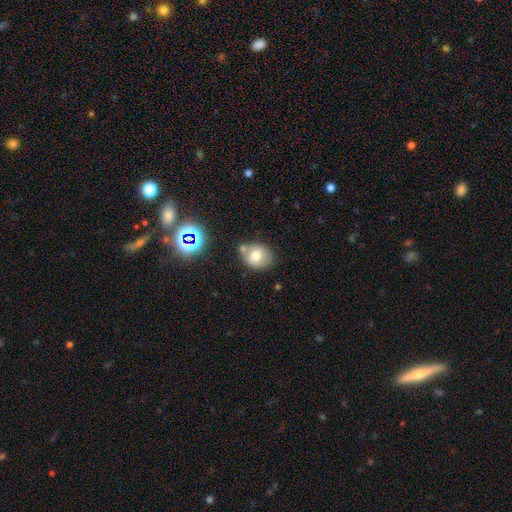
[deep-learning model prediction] This is likely a smooth galaxy (70%). How rounded: possibly round (60%). Merging: likely none (64%).